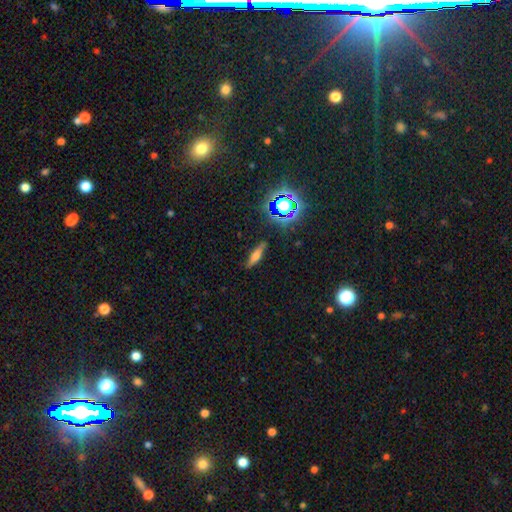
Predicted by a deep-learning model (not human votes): Morphology: type=smooth (54%); roundness=cigar-shaped (66%); merging=none (84%).